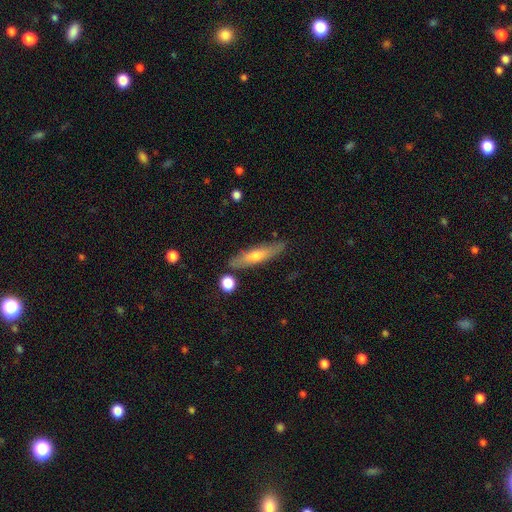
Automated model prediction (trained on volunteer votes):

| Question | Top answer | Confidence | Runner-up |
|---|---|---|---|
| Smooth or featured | smooth | 51% | featured or disk (42%) |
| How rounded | cigar-shaped | 82% | in between (16%) |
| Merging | none | 81% | minor disturbance (13%) |